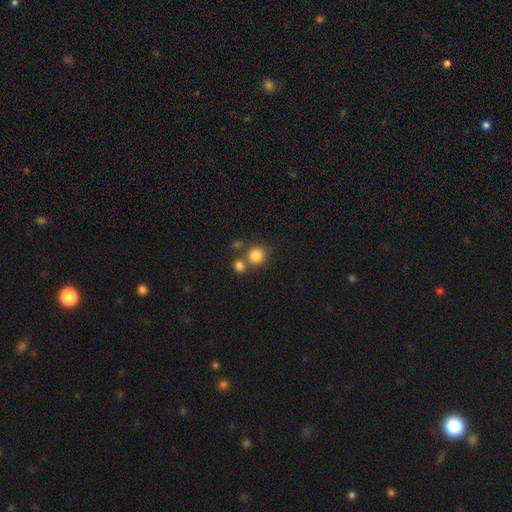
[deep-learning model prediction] Smooth or featured: smooth — 83% (star or artifact — 11%)
How rounded: round — 87% (in between — 12%)
Merging: none — 58% (merger — 30%)